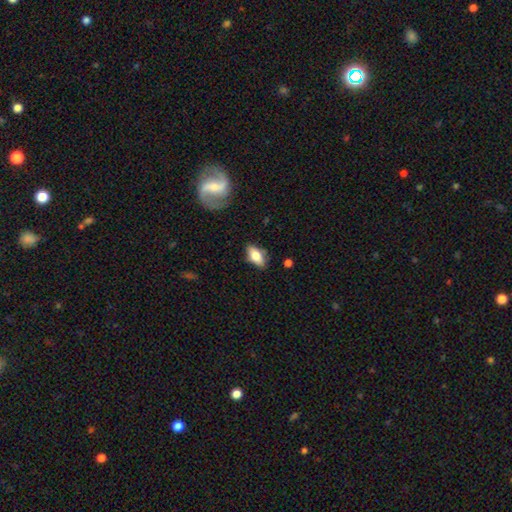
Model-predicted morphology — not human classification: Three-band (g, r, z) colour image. It shows a smooth galaxy with no disk features (68%) that is in between round and cigar-shaped (85%). Merging: none (77%).